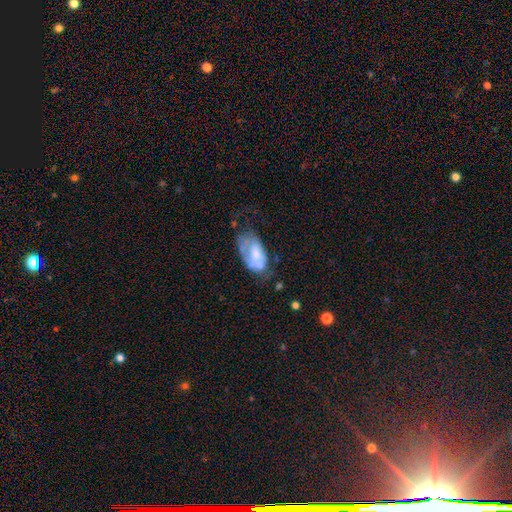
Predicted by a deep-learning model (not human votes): smooth_or_featured: smooth (p=0.52) [alt: featured or disk p=0.41]
how_rounded: in between (p=0.93) [alt: round p=0.04]
merging: minor disturbance (p=0.34) [alt: none p=0.32]